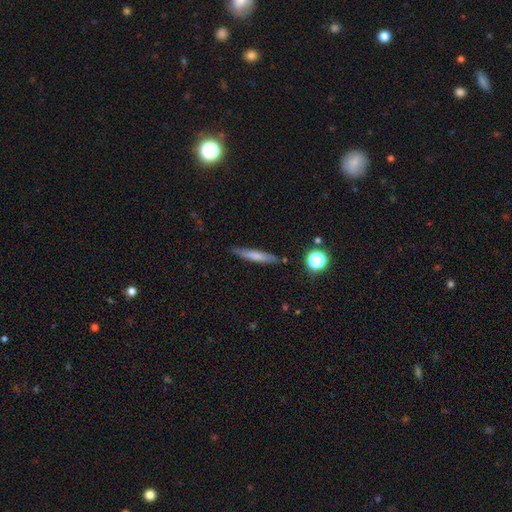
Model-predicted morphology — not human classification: Smooth or featured?
  - smooth: 60% *
  - featured or disk: 32%
  - star or artifact: 8%
How rounded?
  - cigar-shaped: 90% *
  - in between: 8%
  - round: 2%
Merging?
  - none: 83% *
  - minor disturbance: 12%
  - major disturbance: 3%
  - merger: 2%